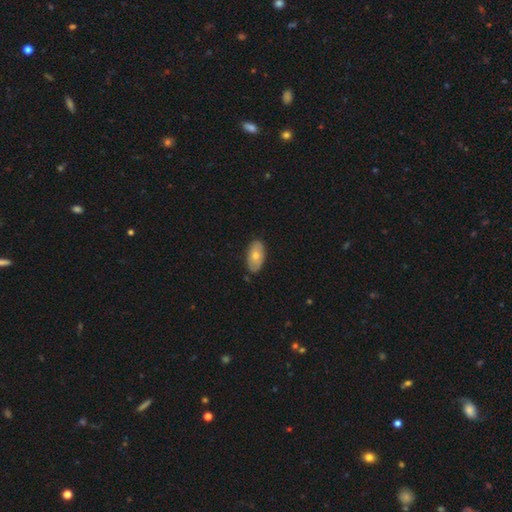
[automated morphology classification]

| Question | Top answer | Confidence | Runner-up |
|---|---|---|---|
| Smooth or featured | smooth | 72% | featured or disk (22%) |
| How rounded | in between | 94% | round (4%) |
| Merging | none | 83% | minor disturbance (13%) |